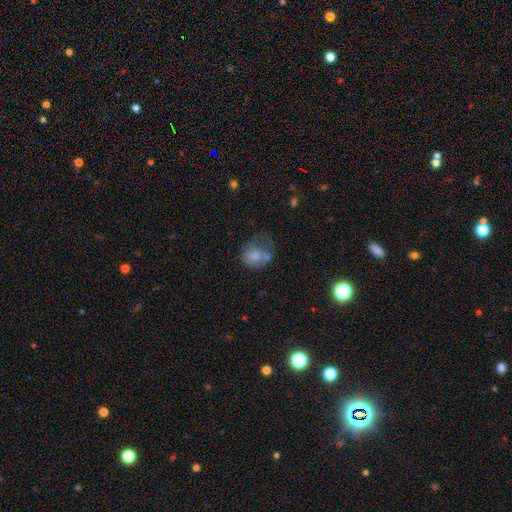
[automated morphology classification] The model was most divided on "how rounded": round: 51%, in between: 48%, cigar-shaped: 1%. Remaining: smooth or featured — smooth (73%); merging — none (30%).